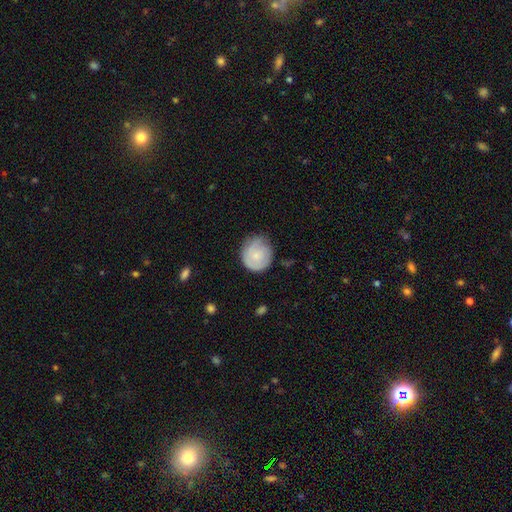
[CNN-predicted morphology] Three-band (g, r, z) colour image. It shows a smooth galaxy with no disk features (64%) that is round (88%). Merging: none (67%).